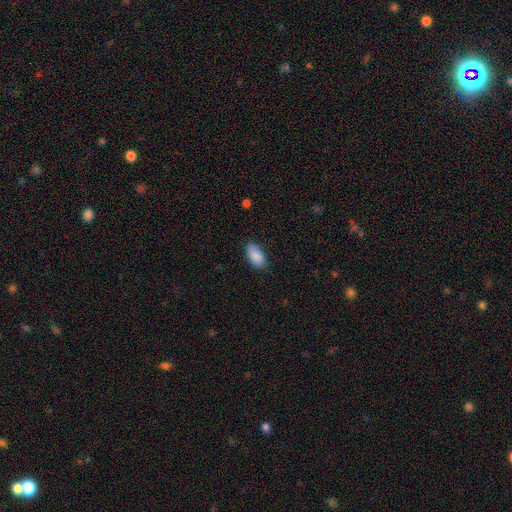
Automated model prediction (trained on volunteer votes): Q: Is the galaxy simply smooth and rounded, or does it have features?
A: smooth — 89%.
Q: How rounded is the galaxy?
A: in between — 94%.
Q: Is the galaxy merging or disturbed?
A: none — 80%.